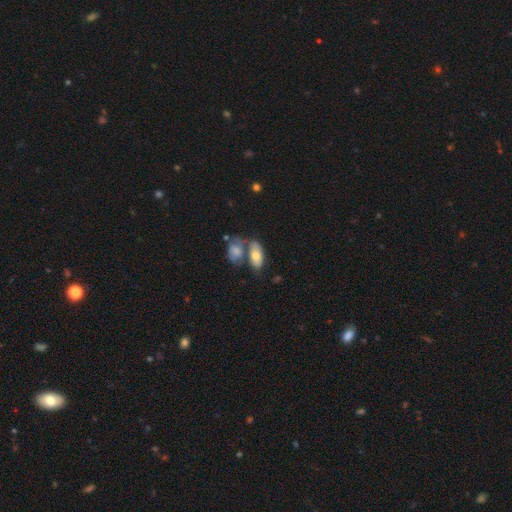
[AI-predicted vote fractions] smooth-or-featured: smooth: 73% | featured or disk: 20% | star or artifact: 6%
  how-rounded: in between: 91% | cigar-shaped: 5% | round: 4%
  merging: none: 41% | merger: 39% | minor disturbance: 14% | major disturbance: 6%